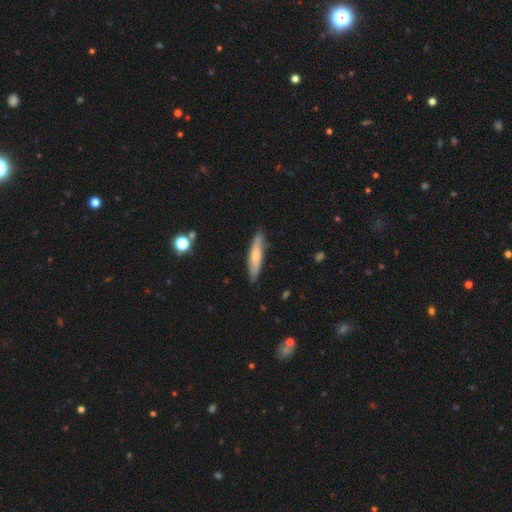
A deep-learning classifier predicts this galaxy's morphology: Smooth or featured?
  - smooth: 57% *
  - featured or disk: 37%
  - star or artifact: 6%
How rounded?
  - cigar-shaped: 81% *
  - in between: 17%
  - round: 2%
Merging?
  - none: 84% *
  - minor disturbance: 12%
  - major disturbance: 2%
  - merger: 1%